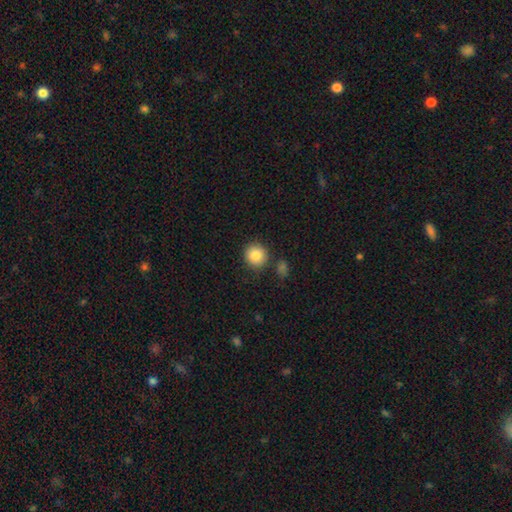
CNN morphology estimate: The model was most divided on "merging": none: 82%, minor disturbance: 9%, merger: 6%, major disturbance: 3%. More confident: how rounded — round (92%); smooth or featured — smooth (86%).